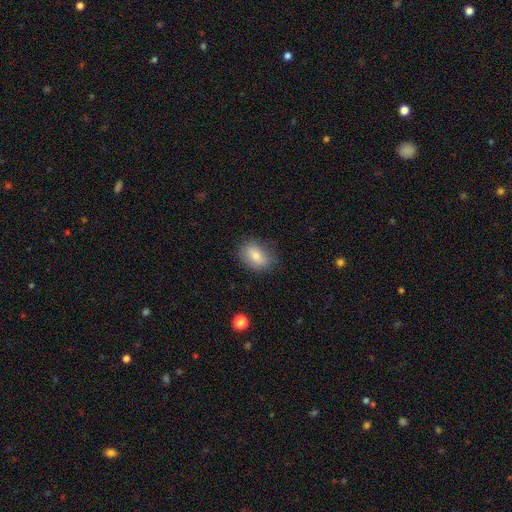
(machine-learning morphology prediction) Overall: smooth (77%). How rounded: in between (81%). Merging: none (76%).